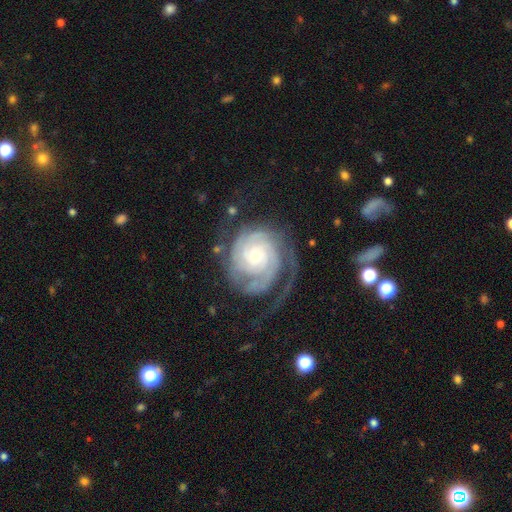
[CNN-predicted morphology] smooth_or_featured: featured or disk (p=0.88) [alt: smooth p=0.07]
disk_edge_on: no (p=0.98) [alt: yes p=0.02]
bar: no (p=0.72) [alt: weak p=0.22]
has_spiral_arms: yes (p=0.97) [alt: no p=0.03]
spiral_winding: tight (p=0.74) [alt: medium p=0.20]
spiral_arm_count: can't tell (p=0.27) [alt: 2 p=0.26]
bulge_size: small (p=0.55) [alt: moderate p=0.38]
merging: none (p=0.55) [alt: major disturbance p=0.25]